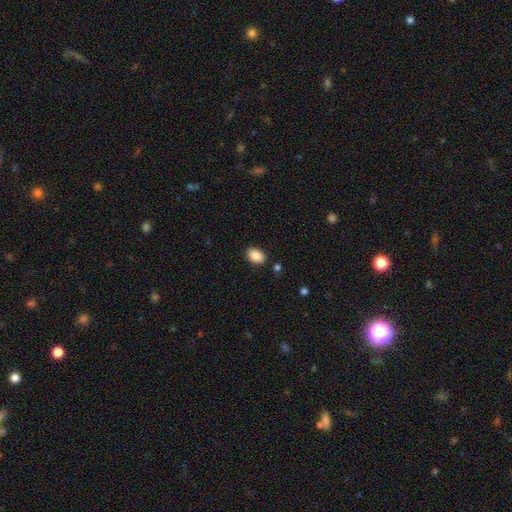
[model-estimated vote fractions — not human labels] This is clearly a smooth galaxy (89%). How rounded: clearly in between (83%). Merging: clearly none (87%).